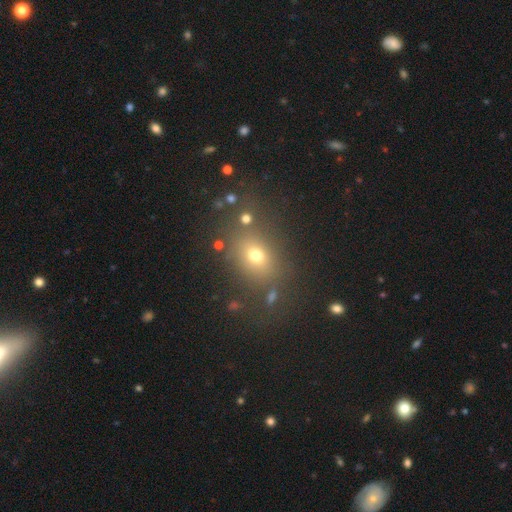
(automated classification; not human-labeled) Smooth or featured? smooth (69%)
How rounded? in between (53%)
Merging? none (75%)